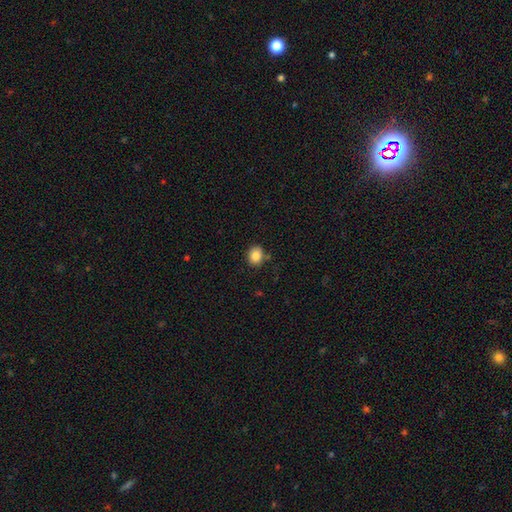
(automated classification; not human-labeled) smooth-or-featured: smooth: 85% | star or artifact: 10% | featured or disk: 6%
  how-rounded: round: 63% | in between: 36% | cigar-shaped: 1%
  merging: none: 81% | minor disturbance: 12% | merger: 5% | major disturbance: 3%